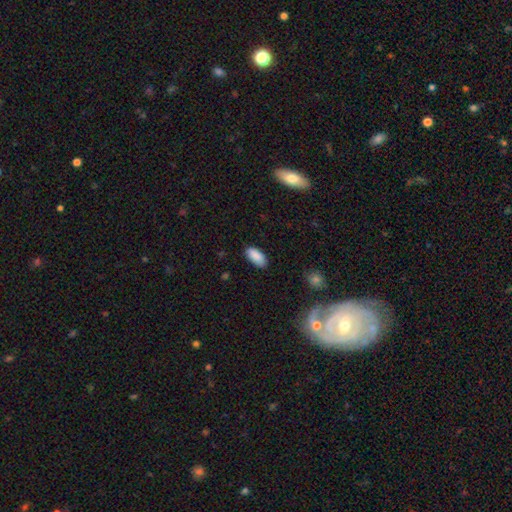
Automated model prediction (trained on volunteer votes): Smooth or featured: smooth — 89% (star or artifact — 7%)
How rounded: in between — 92% (cigar-shaped — 6%)
Merging: none — 84% (minor disturbance — 13%)